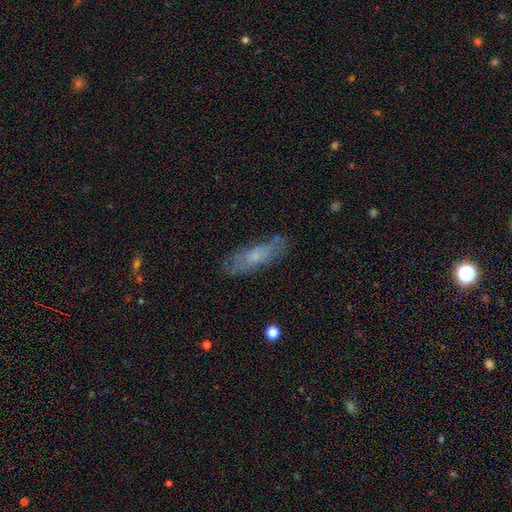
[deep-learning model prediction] Smooth or featured? smooth (56%)
How rounded? in between (53%)
Merging? none (70%)